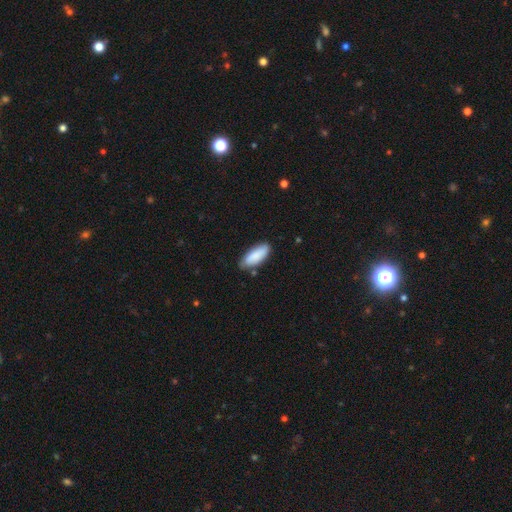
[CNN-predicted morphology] A smooth galaxy with no disk features (87%) that is in between round and cigar-shaped (79%). Merging: none (78%).